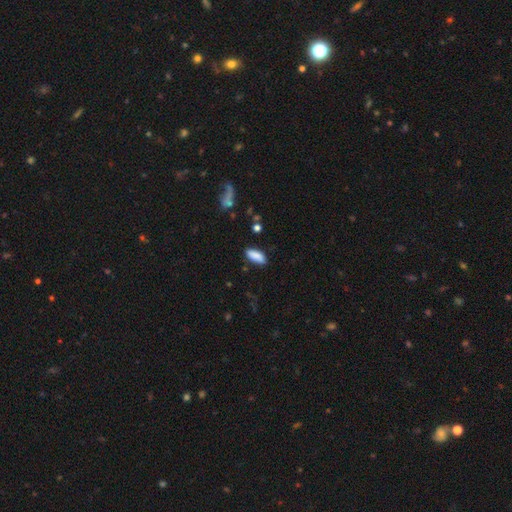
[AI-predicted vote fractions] Smooth or featured?
  - smooth: 88% *
  - star or artifact: 7%
  - featured or disk: 6%
How rounded?
  - in between: 75% *
  - cigar-shaped: 23%
  - round: 2%
Merging?
  - none: 83% *
  - minor disturbance: 12%
  - major disturbance: 3%
  - merger: 2%